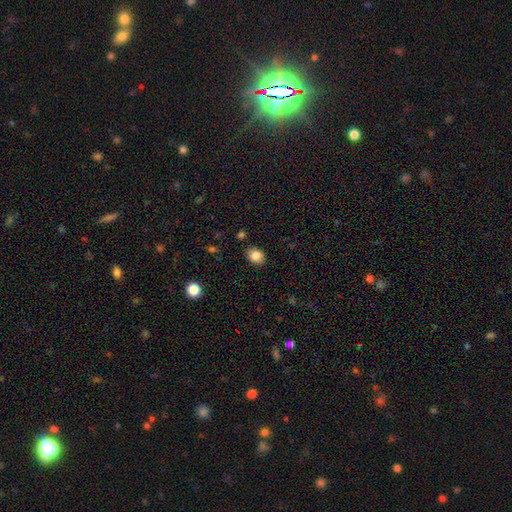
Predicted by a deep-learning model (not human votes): Smooth or featured? Predicted: smooth (p=0.84). How rounded? Predicted: in between (p=0.59). Merging? Predicted: none (p=0.84).